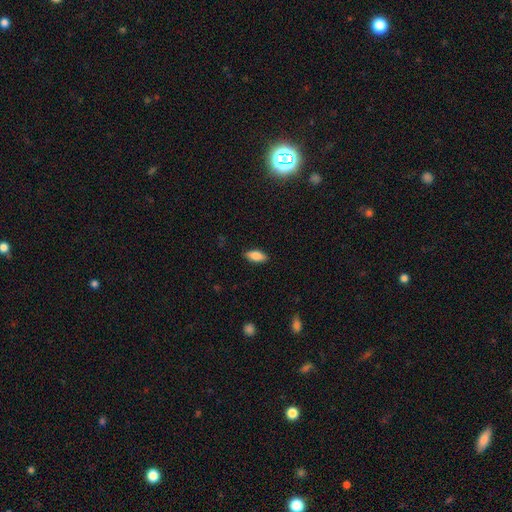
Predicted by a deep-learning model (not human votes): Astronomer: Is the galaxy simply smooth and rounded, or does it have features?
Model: smooth — 85%.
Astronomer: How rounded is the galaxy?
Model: in between — 85%.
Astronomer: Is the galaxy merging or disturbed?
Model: none — 88%.